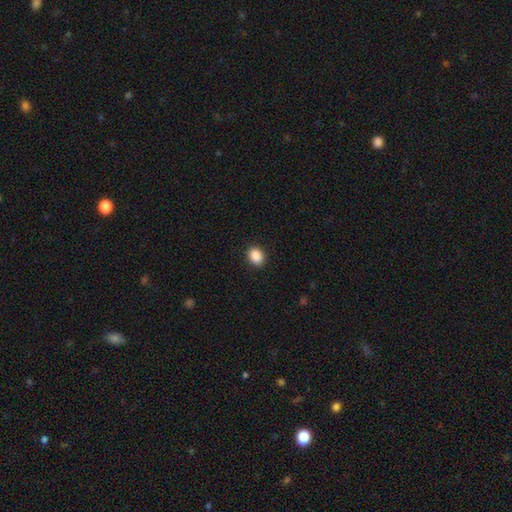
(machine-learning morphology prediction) type=smooth (89%); roundness=round (53%); merging=none (91%).